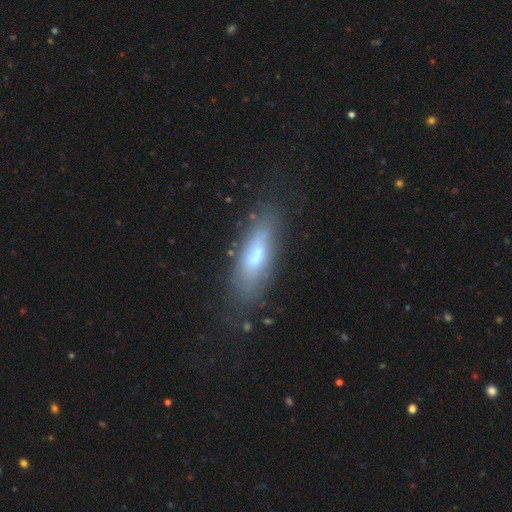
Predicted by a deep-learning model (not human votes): This appears to be a smooth galaxy with no disk features (51%) that is in between round and cigar-shaped (59%). Merging: none (60%).